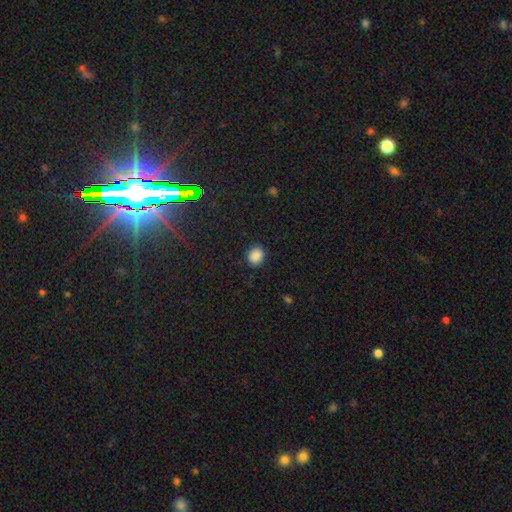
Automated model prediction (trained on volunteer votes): A smooth galaxy with no disk features (87%) that is round (60%).

Vote fractions:
- Smooth or featured? smooth: 87% / star or artifact: 10% / featured or disk: 3%
- How rounded? round: 60% / in between: 39% / cigar-shaped: 1%
- Merging? none: 88% / minor disturbance: 9% / major disturbance: 3% / merger: 1%